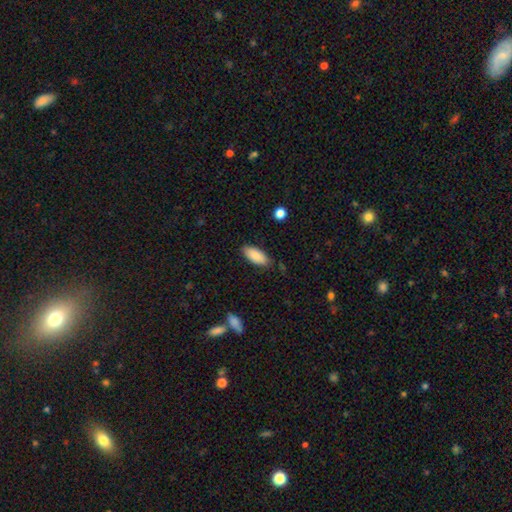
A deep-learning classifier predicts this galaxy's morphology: This is clearly a smooth galaxy (88%). How rounded: clearly in between (86%). Merging: clearly none (83%).